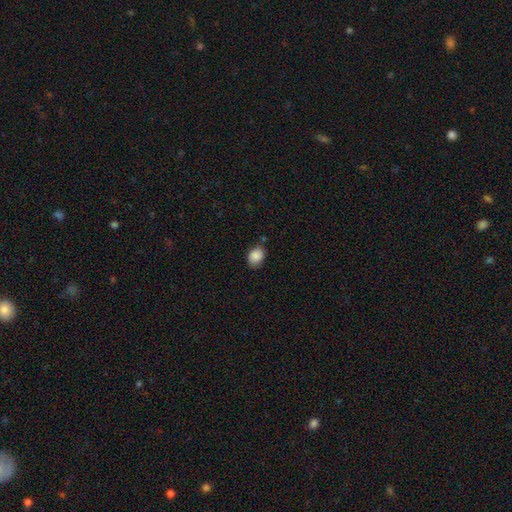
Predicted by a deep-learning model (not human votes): Overall: smooth (88%). How rounded: in between (60%; round 39%). Merging: none (71%).